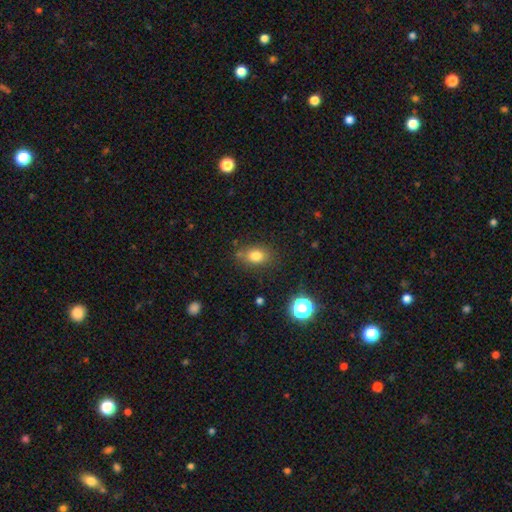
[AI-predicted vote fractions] Smooth or featured: smooth — 79% (star or artifact — 12%)
How rounded: in between — 71% (round — 27%)
Merging: none — 76% (minor disturbance — 15%)